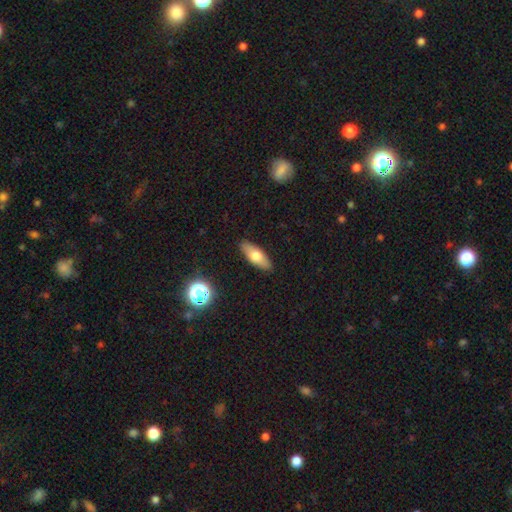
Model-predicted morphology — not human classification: A smooth galaxy with no disk features (66%) that is in between round and cigar-shaped (66%).

Vote fractions:
- Smooth or featured? smooth: 66% / featured or disk: 27% / star or artifact: 7%
- How rounded? in between: 66% / cigar-shaped: 31% / round: 3%
- Merging? none: 89% / minor disturbance: 8% / major disturbance: 2% / merger: 1%